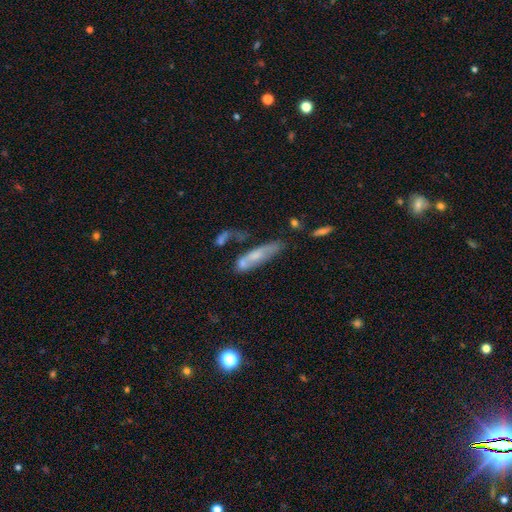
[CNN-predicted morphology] A smooth galaxy with no disk features (53%) that is cigar-shaped (64%).

Vote fractions:
- Smooth or featured? smooth: 53% / featured or disk: 38% / star or artifact: 8%
- How rounded? cigar-shaped: 64% / in between: 33% / round: 2%
- Merging? none: 35% / merger: 26% / minor disturbance: 21% / major disturbance: 18%